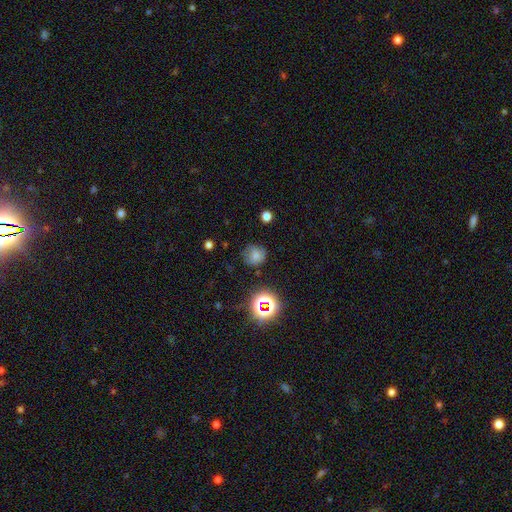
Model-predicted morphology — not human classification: smooth-or-featured: smooth: 65% | star or artifact: 21% | featured or disk: 14%
  how-rounded: round: 87% | in between: 12% | cigar-shaped: 1%
  merging: none: 71% | minor disturbance: 21% | major disturbance: 7% | merger: 2%